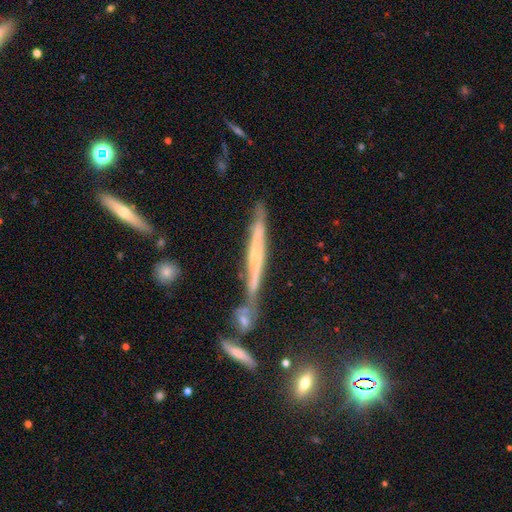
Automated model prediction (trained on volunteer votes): featured or disk 62%, smooth 28%, star or artifact 10%. Down the decision tree: edge-on disk — yes (91%); edge-on bulge — none (55%); merging — none (64%).